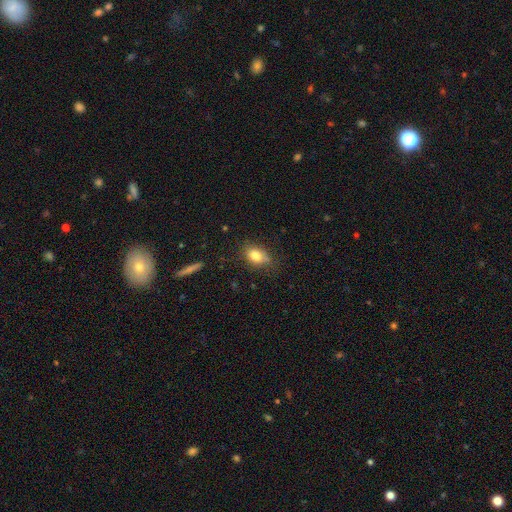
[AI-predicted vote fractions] Smooth or featured: smooth — 79% (featured or disk — 11%)
How rounded: in between — 77% (round — 20%)
Merging: none — 70% (minor disturbance — 23%)